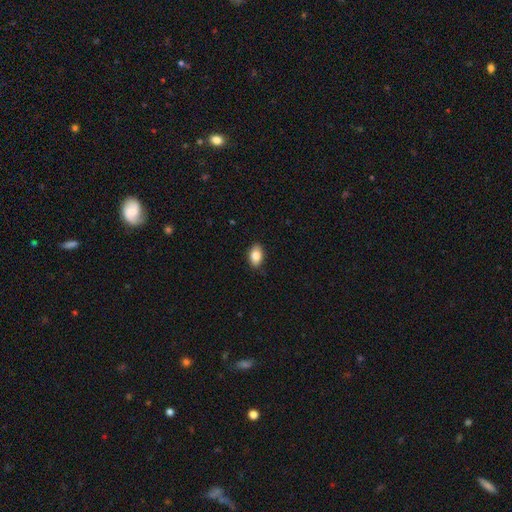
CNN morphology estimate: smooth 87%, star or artifact 7%, featured or disk 6%. Down the decision tree: how rounded — in between (89%); merging — none (84%).